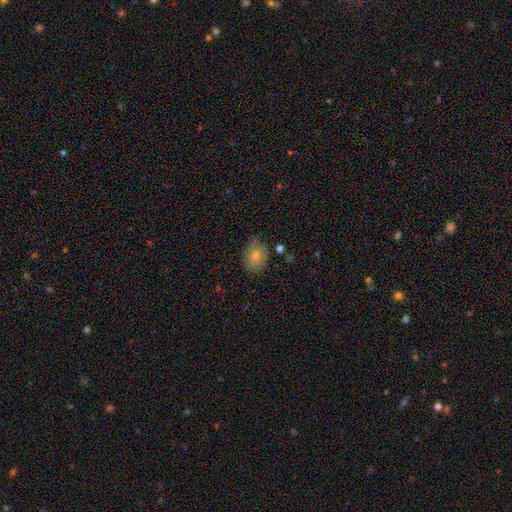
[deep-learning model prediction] This appears to be a smooth galaxy with no disk features (65%) that is in between round and cigar-shaped (55%). Merging: none (72%).